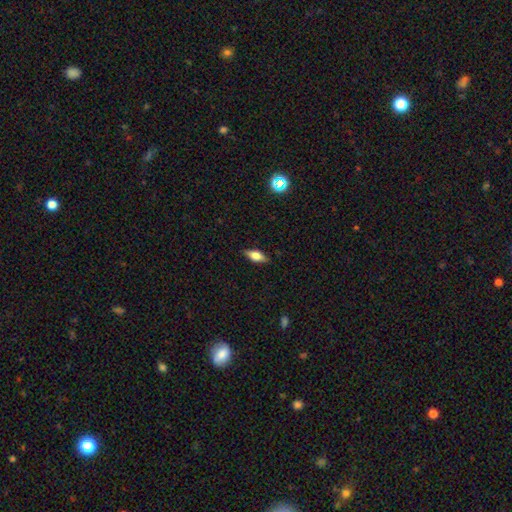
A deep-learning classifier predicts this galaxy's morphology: A smooth galaxy with no disk features (67%) that is in between round and cigar-shaped (77%).

Vote fractions:
- Smooth or featured? smooth: 67% / featured or disk: 25% / star or artifact: 8%
- How rounded? in between: 77% / cigar-shaped: 19% / round: 4%
- Merging? none: 85% / minor disturbance: 11% / major disturbance: 2% / merger: 1%